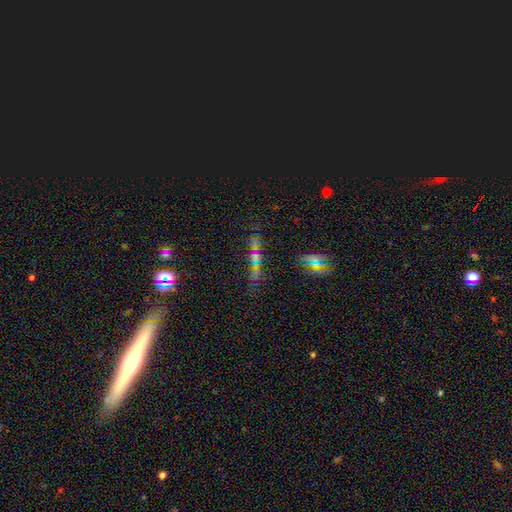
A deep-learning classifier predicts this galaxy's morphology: This appears to be a star or artifact, not a galaxy (39%).